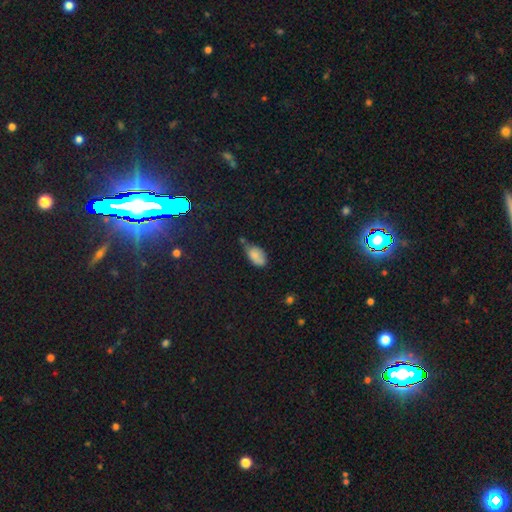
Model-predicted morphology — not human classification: type=smooth (81%); roundness=in between (93%); merging=none (44%).